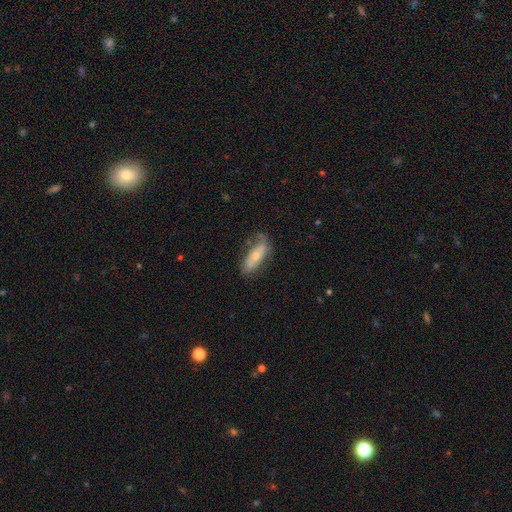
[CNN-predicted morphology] Smooth or featured? smooth (52%)
How rounded? in between (67%)
Merging? none (59%)